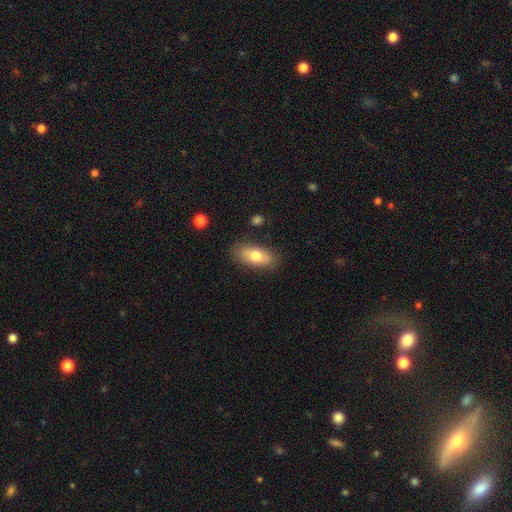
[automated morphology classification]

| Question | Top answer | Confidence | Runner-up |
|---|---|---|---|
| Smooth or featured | smooth | 73% | featured or disk (20%) |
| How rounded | in between | 86% | cigar-shaped (9%) |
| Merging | none | 82% | minor disturbance (13%) |